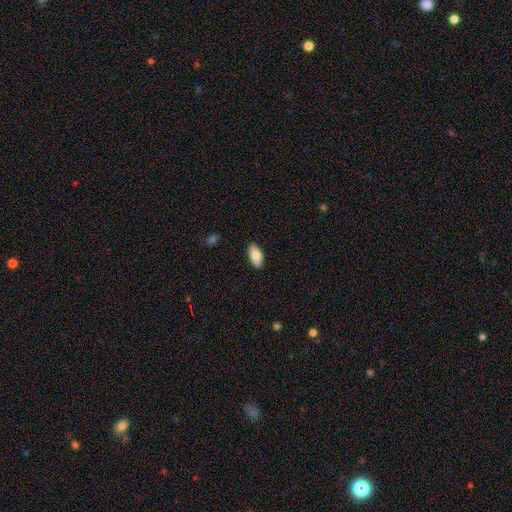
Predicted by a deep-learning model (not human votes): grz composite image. It shows a smooth galaxy with no disk features (83%) that is in between round and cigar-shaped (92%). Merging: none (88%).